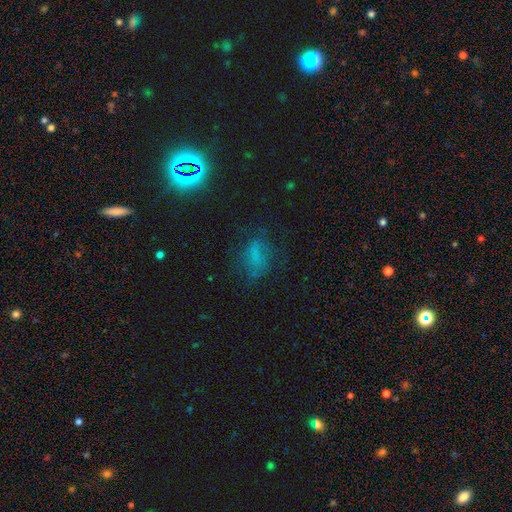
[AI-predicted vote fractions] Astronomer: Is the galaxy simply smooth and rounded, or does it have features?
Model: smooth — 50% (runner-up: star or artifact, 29%).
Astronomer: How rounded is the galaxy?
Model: in between — 72%.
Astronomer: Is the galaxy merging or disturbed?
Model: none — 57%.